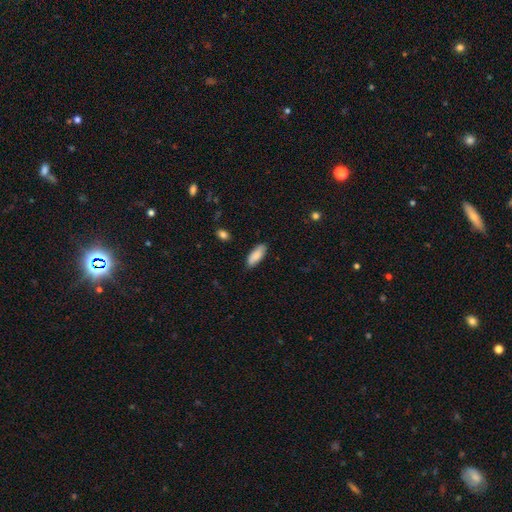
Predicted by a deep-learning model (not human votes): smooth 88%, featured or disk 6%, star or artifact 6%. Down the decision tree: how rounded — in between (77%); merging — none (85%).